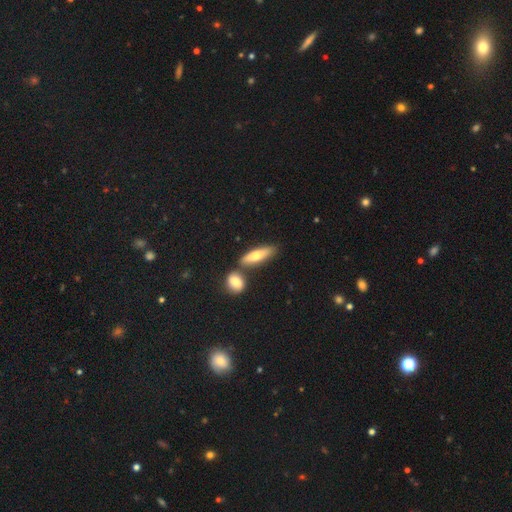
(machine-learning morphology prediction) Smooth or featured?
  - smooth: 67% *
  - featured or disk: 27%
  - star or artifact: 6%
How rounded?
  - cigar-shaped: 58% *
  - in between: 39%
  - round: 3%
Merging?
  - none: 65% *
  - merger: 21%
  - minor disturbance: 11%
  - major disturbance: 3%